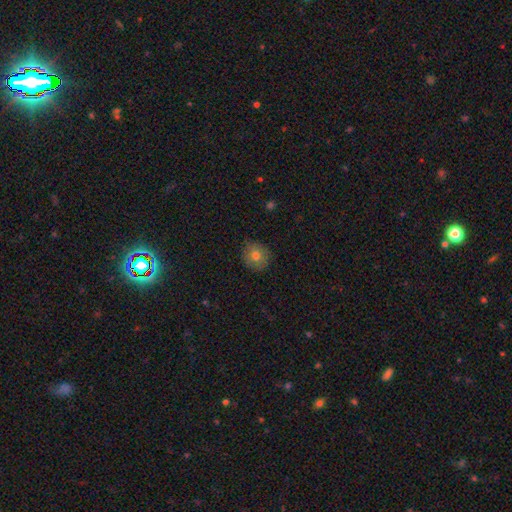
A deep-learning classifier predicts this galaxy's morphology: Smooth or featured? smooth (77%)
How rounded? round (86%)
Merging? none (86%)